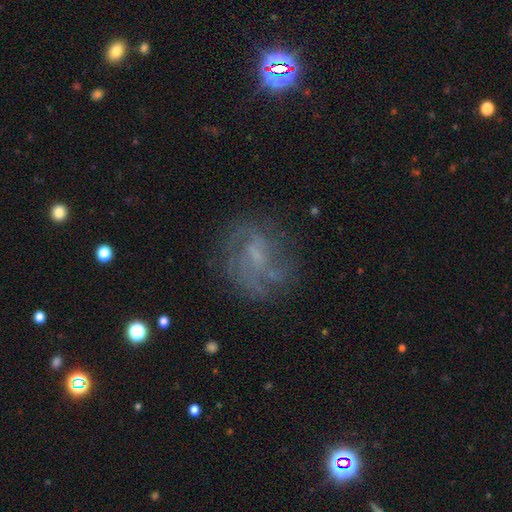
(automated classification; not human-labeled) A featured or disk galaxy (64%) with no bar (49%), spiral arms (76%) and a small central bulge (42%). Merging: none (66%).